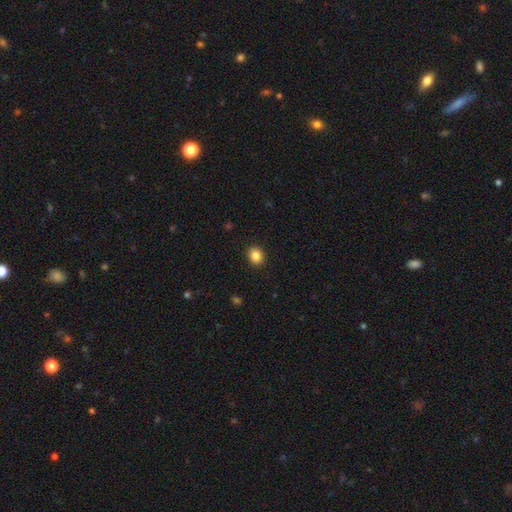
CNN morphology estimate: Smooth or featured? Predicted: smooth (p=0.86). How rounded? Predicted: round (p=0.56). Merging? Predicted: none (p=0.90).